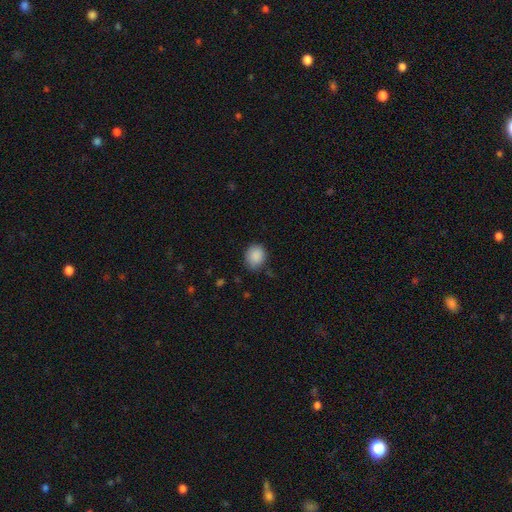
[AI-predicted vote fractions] A smooth galaxy with no disk features (88%) that is round (66%).

Vote fractions:
- Smooth or featured? smooth: 88% / star or artifact: 8% / featured or disk: 4%
- How rounded? round: 66% / in between: 33% / cigar-shaped: 1%
- Merging? none: 73% / minor disturbance: 21% / major disturbance: 4% / merger: 2%